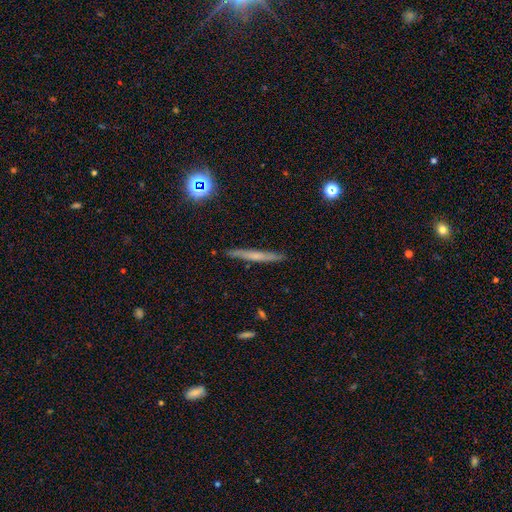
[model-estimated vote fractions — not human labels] A featured or disk galaxy (45%, tied with smooth). Merging: none (88%).